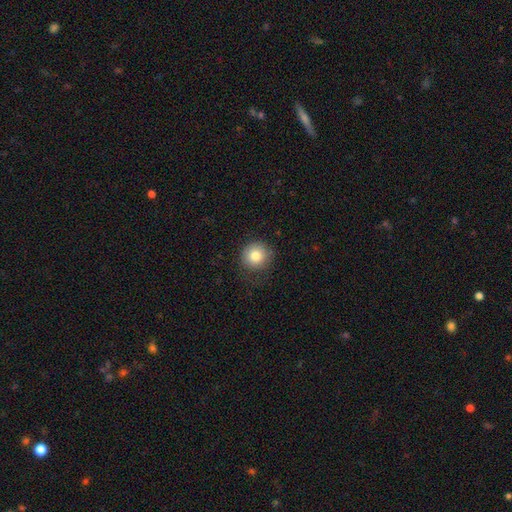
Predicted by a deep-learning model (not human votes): A smooth galaxy with no disk features (81%) that is round (93%).

Vote fractions:
- Smooth or featured? smooth: 81% / star or artifact: 10% / featured or disk: 9%
- How rounded? round: 93% / in between: 6% / cigar-shaped: 1%
- Merging? none: 79% / minor disturbance: 14% / major disturbance: 6% / merger: 1%